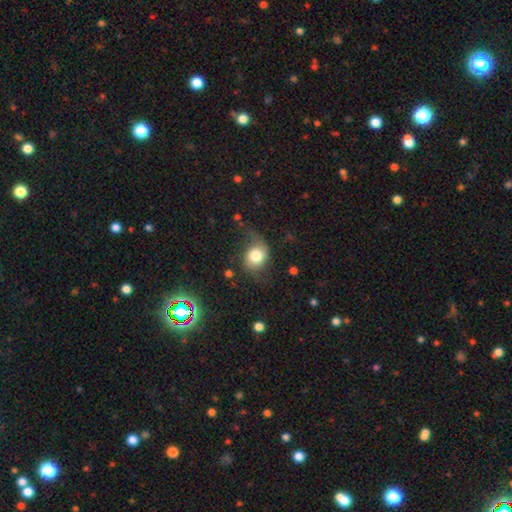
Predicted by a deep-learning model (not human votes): Overall: smooth (67%). How rounded: round (59%; in between 40%). Merging: none (49%; minor disturbance 28%).